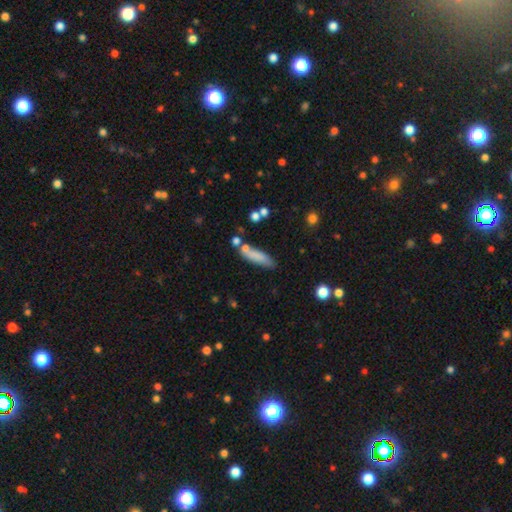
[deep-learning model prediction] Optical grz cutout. It shows a smooth galaxy with no disk features (78%) that is cigar-shaped (63%). Merging: none (63%).